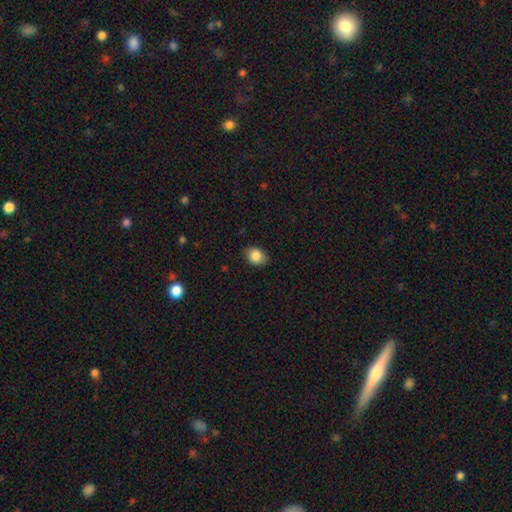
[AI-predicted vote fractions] Smooth or featured: smooth — 85% (star or artifact — 8%)
How rounded: in between — 71% (round — 28%)
Merging: none — 84% (minor disturbance — 12%)